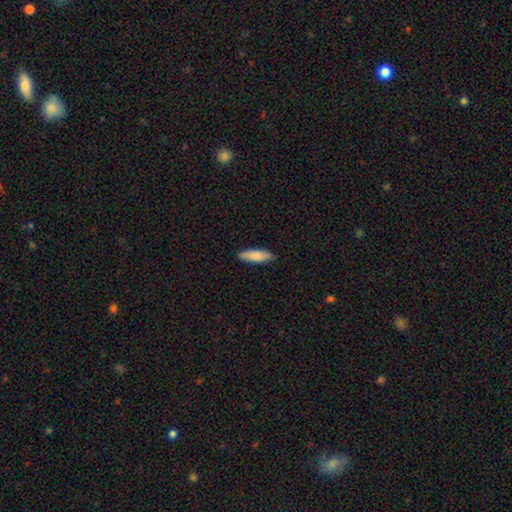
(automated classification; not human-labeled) Morphology: type=smooth (84%); roundness=cigar-shaped (55%); merging=none (87%).